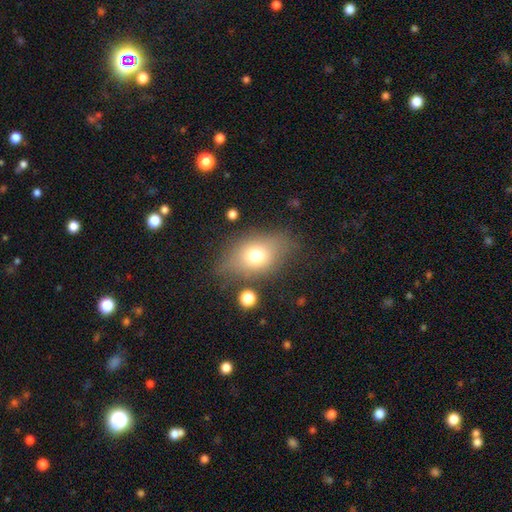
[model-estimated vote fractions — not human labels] smooth_or_featured: smooth (p=0.70) [alt: featured or disk p=0.19]
how_rounded: in between (p=0.75) [alt: round p=0.22]
merging: none (p=0.69) [alt: minor disturbance p=0.18]